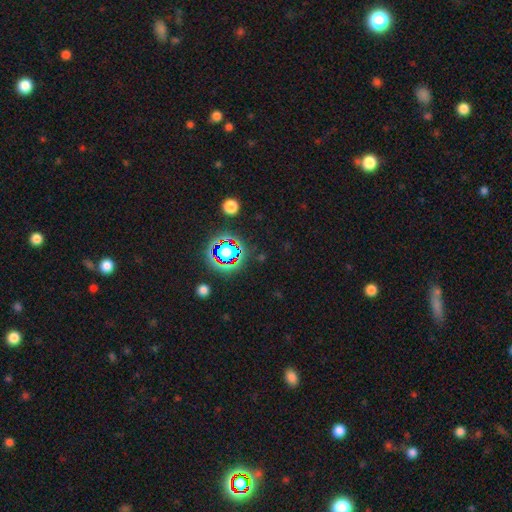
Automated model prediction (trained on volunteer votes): Q: Smooth or featured?
A: star or artifact (78%); runner-up: smooth (13%)